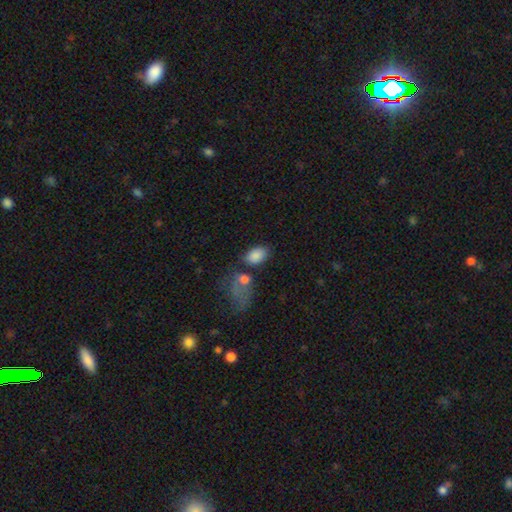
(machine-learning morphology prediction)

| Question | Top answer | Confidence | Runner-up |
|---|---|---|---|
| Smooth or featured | smooth | 85% | star or artifact (8%) |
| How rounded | in between | 87% | round (12%) |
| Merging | none | 60% | merger (16%) |